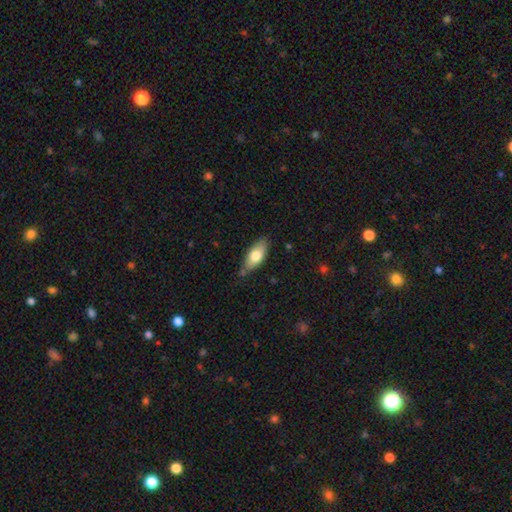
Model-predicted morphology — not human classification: This is likely a smooth galaxy (72%). How rounded: clearly in between (82%). Merging: likely none (72%).